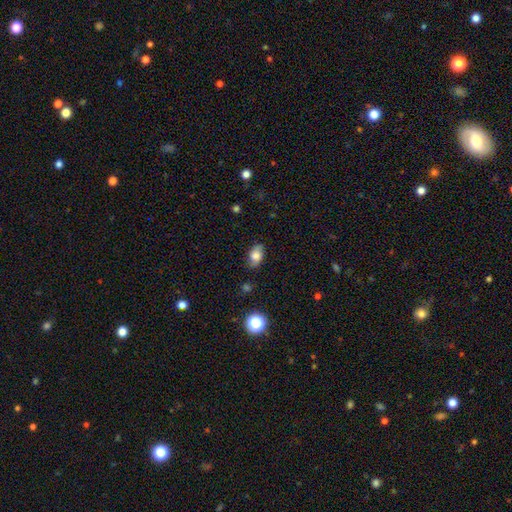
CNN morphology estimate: This appears to be a smooth galaxy with no disk features (68%) that is in between round and cigar-shaped (85%). Merging: none (78%).